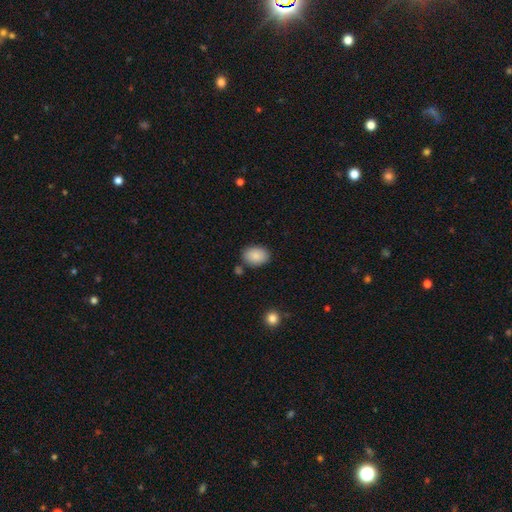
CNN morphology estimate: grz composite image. It shows a smooth galaxy with no disk features (88%) that is in between round and cigar-shaped (78%). Merging: none (81%).